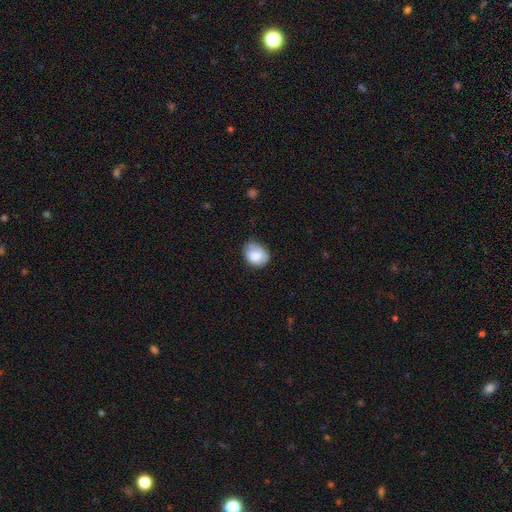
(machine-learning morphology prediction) smooth-or-featured: smooth: 78% | featured or disk: 15% | star or artifact: 8%
  how-rounded: in between: 55% | round: 44% | cigar-shaped: 1%
  merging: none: 57% | minor disturbance: 32% | major disturbance: 8% | merger: 3%